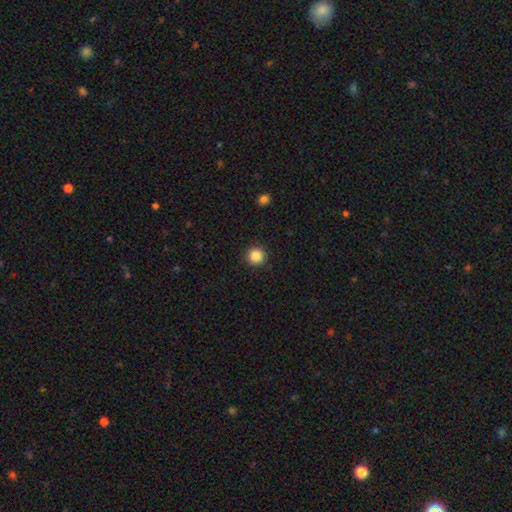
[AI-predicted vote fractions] A smooth galaxy with no disk features (87%) that is round (95%). Merging: none (92%).